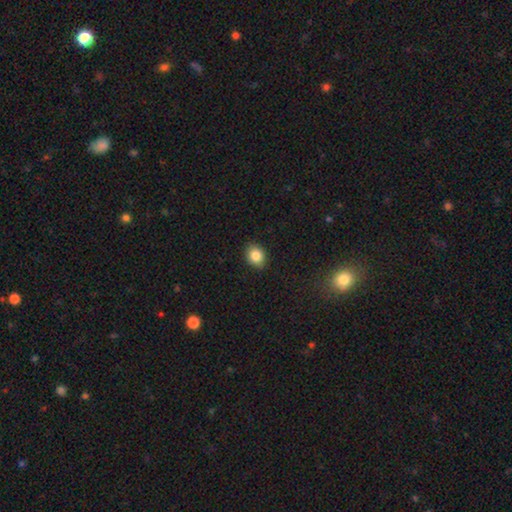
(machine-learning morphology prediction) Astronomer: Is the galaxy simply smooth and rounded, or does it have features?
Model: smooth — 85%.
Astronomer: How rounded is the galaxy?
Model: round — 58% (runner-up: in between, 41%).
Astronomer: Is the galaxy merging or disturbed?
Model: none — 88%.